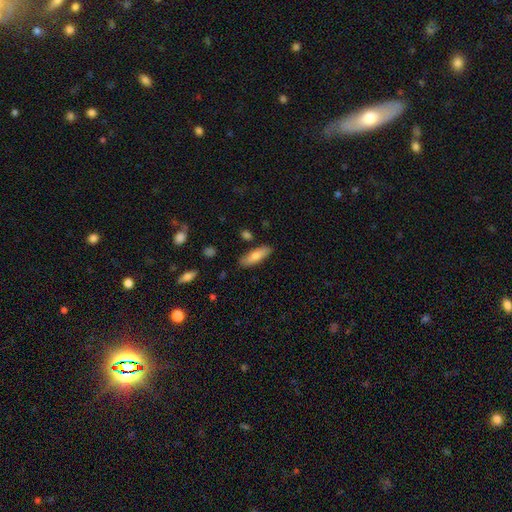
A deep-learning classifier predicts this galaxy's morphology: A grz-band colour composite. It shows a smooth galaxy with no disk features (76%) that is in between round and cigar-shaped (50%). Merging: none (84%).